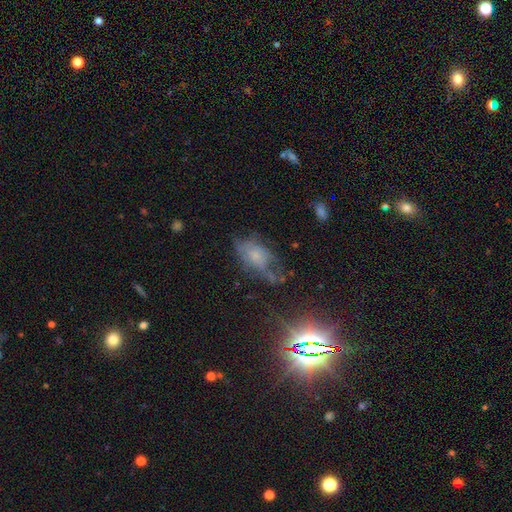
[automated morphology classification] smooth_or_featured: smooth (p=0.44) [alt: featured or disk p=0.35]
merging: none (p=0.40) [alt: minor disturbance p=0.30]